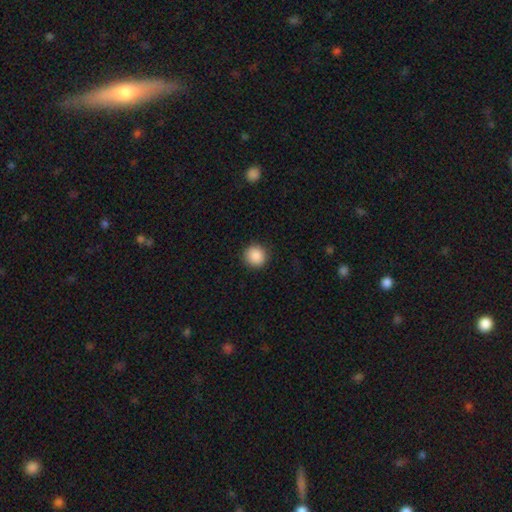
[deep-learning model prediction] Smooth or featured: smooth — 89% (star or artifact — 8%)
How rounded: round — 94% (in between — 5%)
Merging: none — 91% (minor disturbance — 6%)